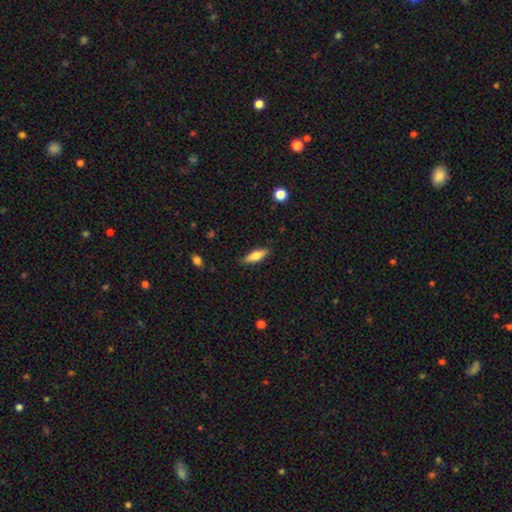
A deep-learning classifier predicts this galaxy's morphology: Smooth or featured? smooth (67%)
How rounded? in between (52%)
Merging? none (86%)